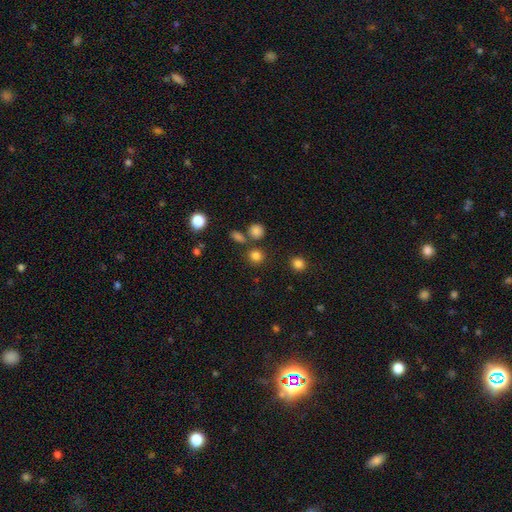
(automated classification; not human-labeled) Overall: smooth (80%). How rounded: round (88%). Merging: none (78%).